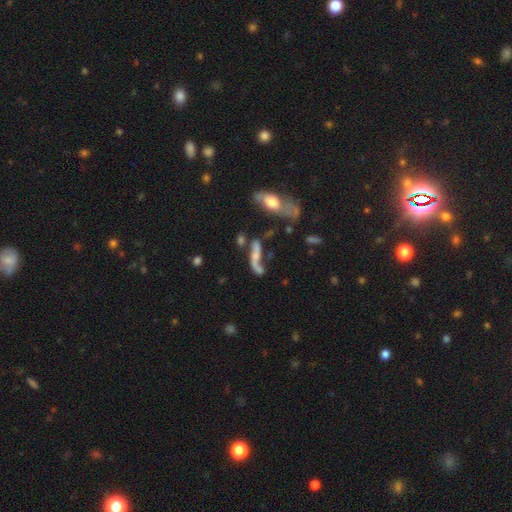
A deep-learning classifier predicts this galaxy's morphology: This is likely a featured or disk galaxy (64%). It is likely not viewed edge-on (77%). Merging: marginally none (35%).